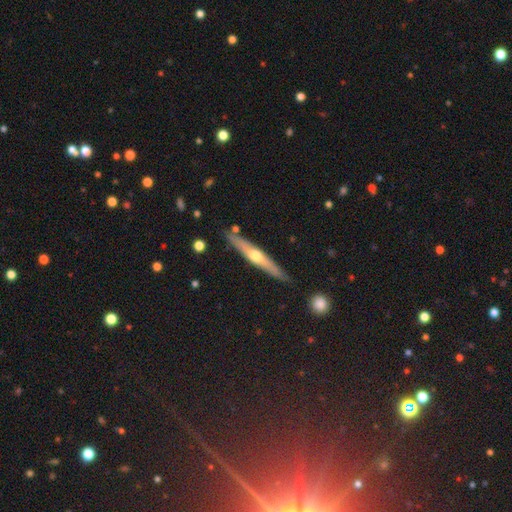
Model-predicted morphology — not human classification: This appears to be a featured or disk galaxy (64%) viewed edge-on (95%) with a rounded central bulge (87%). Merging: none (86%).